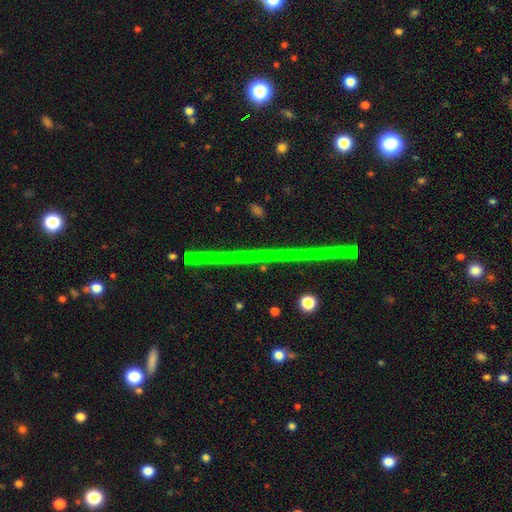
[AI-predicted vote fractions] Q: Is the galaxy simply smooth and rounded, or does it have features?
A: featured or disk — 53%.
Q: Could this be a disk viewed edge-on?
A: yes — 96%.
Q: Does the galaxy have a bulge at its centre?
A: none — 88%.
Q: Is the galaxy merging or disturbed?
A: none — 92%.